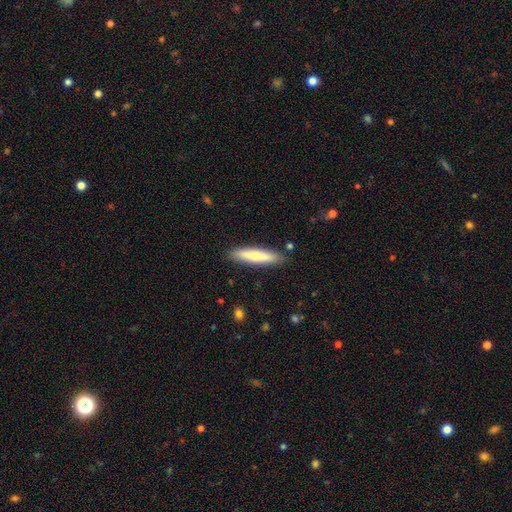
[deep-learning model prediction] A smooth galaxy with no disk features (65%) that is cigar-shaped (85%). Merging: none (88%).